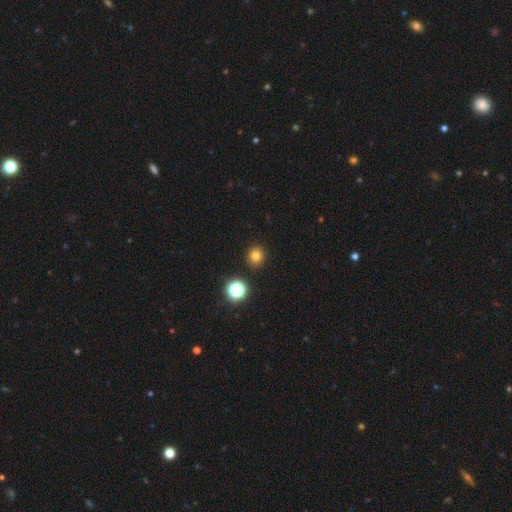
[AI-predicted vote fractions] Smooth or featured?
  - smooth: 78% *
  - star or artifact: 16%
  - featured or disk: 6%
How rounded?
  - round: 91% *
  - in between: 8%
  - cigar-shaped: 1%
Merging?
  - none: 91% *
  - minor disturbance: 5%
  - major disturbance: 2%
  - merger: 2%